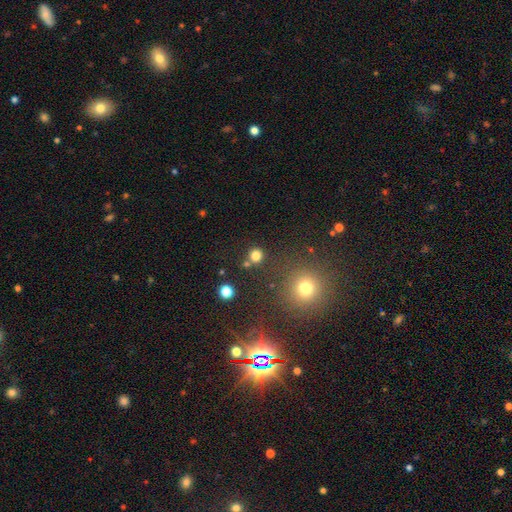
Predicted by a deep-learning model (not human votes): This appears to be a smooth galaxy with no disk features (78%) that is round (90%). Merging: none (78%).